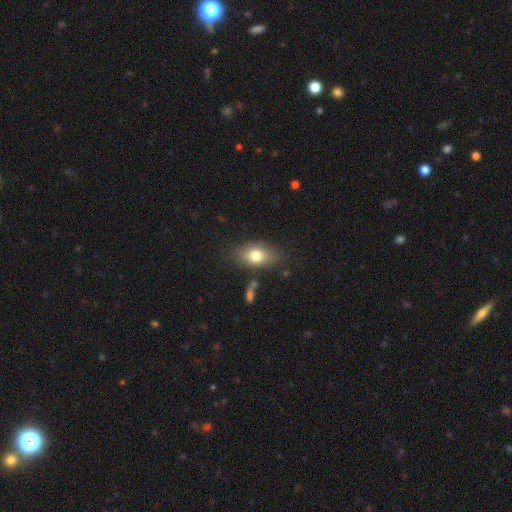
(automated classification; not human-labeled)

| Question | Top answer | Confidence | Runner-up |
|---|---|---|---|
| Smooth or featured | smooth | 77% | featured or disk (15%) |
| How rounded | in between | 86% | round (12%) |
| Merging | none | 74% | minor disturbance (17%) |